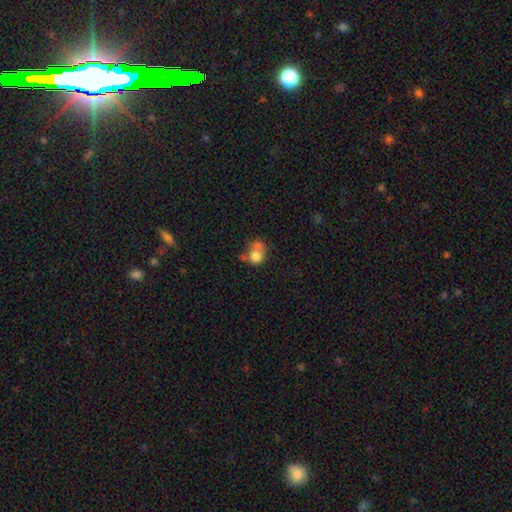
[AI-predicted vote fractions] Smooth or featured? Predicted: smooth (p=0.73). How rounded? Predicted: round (p=0.63). Merging? Predicted: merger (p=0.43).